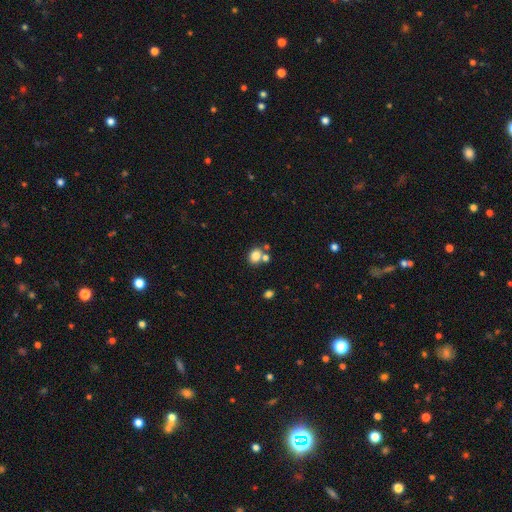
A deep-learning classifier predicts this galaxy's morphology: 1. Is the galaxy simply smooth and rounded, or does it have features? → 81% smooth, 11% star or artifact, 8% featured or disk.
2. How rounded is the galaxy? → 54% round, 45% in between, 1% cigar-shaped.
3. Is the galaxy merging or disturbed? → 59% none, 27% merger, 11% minor disturbance, 4% major disturbance.